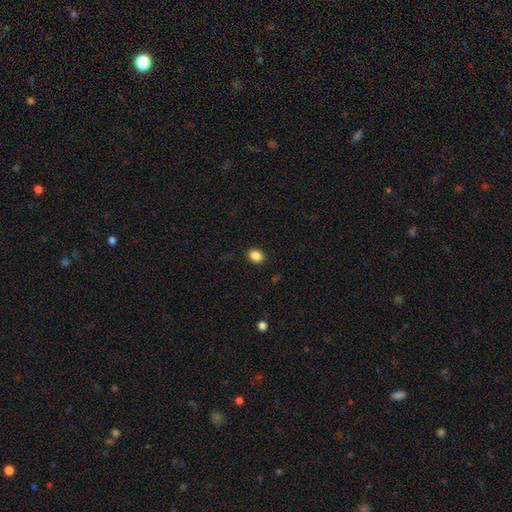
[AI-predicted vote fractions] A smooth galaxy with no disk features (86%) that is in between round and cigar-shaped (52%).

Vote fractions:
- Smooth or featured? smooth: 86% / star or artifact: 10% / featured or disk: 4%
- How rounded? in between: 52% / round: 47% / cigar-shaped: 1%
- Merging? none: 89% / minor disturbance: 8% / major disturbance: 2% / merger: 1%